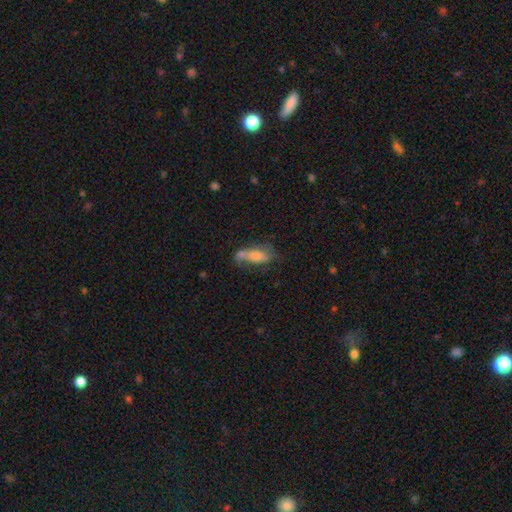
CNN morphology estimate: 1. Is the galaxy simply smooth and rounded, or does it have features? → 59% smooth, 31% featured or disk, 10% star or artifact.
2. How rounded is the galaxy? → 76% in between, 21% cigar-shaped, 4% round.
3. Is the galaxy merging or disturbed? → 39% none, 24% minor disturbance, 20% major disturbance, 17% merger.